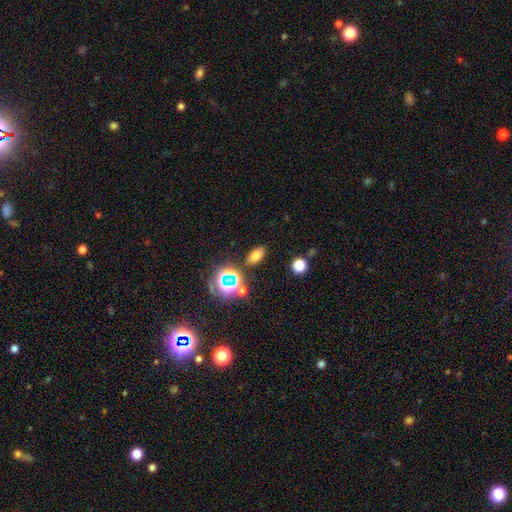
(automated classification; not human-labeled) Overall: smooth (70%). How rounded: in between (85%). Merging: none (84%).